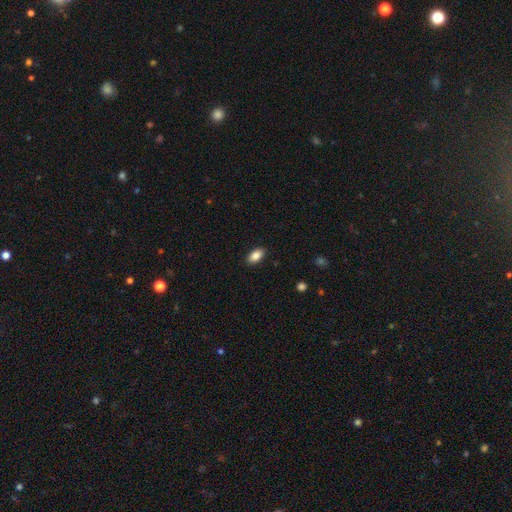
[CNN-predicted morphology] Q: Smooth or featured?
A: smooth (86%); runner-up: star or artifact (8%)
Q: How rounded?
A: in between (92%); runner-up: round (5%)
Q: Merging?
A: none (89%); runner-up: minor disturbance (8%)